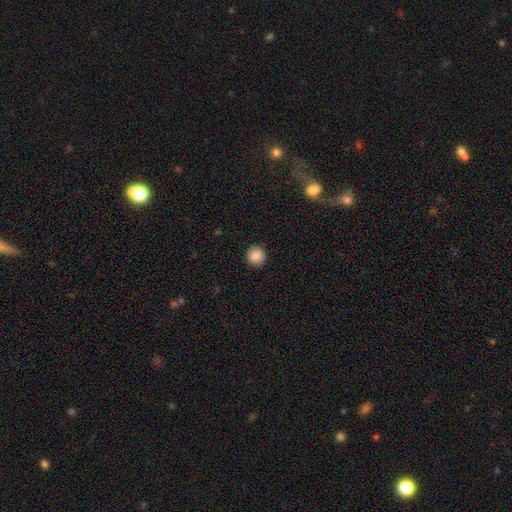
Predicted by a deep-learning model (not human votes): The model was most divided on "smooth or featured": smooth: 87%, star or artifact: 9%, featured or disk: 4%. More confident: how rounded — round (94%); merging — none (92%).